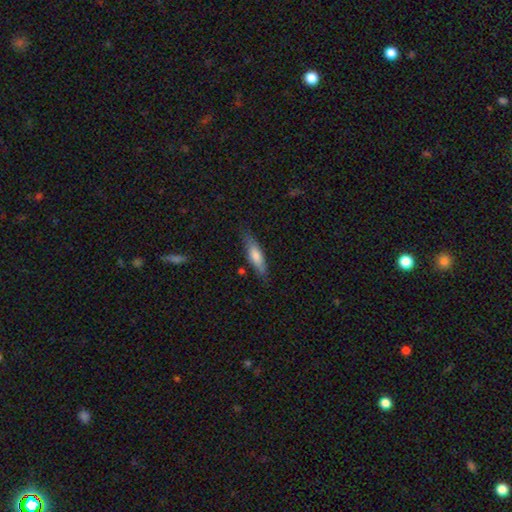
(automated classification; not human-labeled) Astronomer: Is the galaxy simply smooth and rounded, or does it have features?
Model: smooth — 68%.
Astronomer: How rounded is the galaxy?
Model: cigar-shaped — 68%.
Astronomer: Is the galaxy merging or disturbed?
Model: none — 80%.